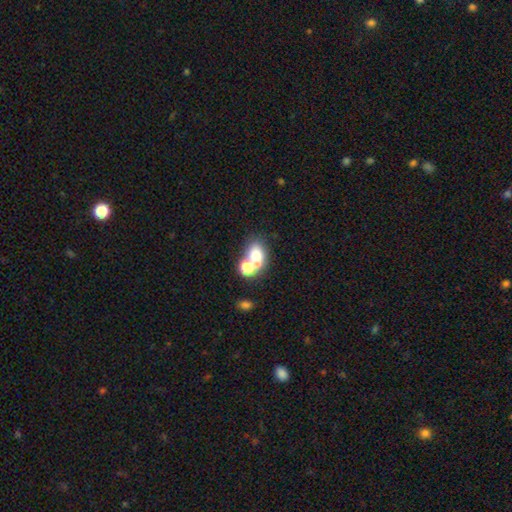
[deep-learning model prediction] Smooth or featured? Predicted: smooth (p=0.67). How rounded? Predicted: in between (p=0.60). Merging? Predicted: merger (p=0.55).